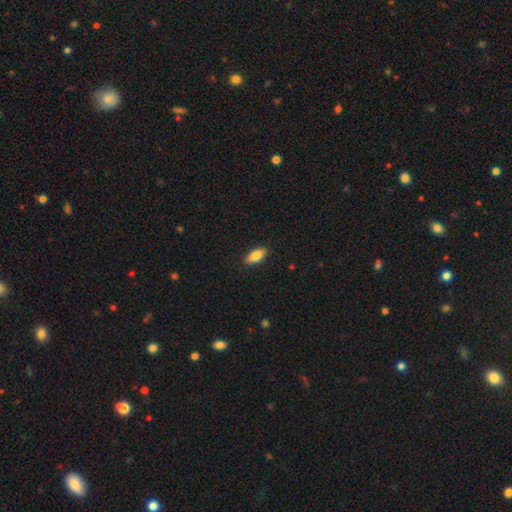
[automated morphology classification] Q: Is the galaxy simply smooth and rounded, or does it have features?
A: smooth — 81%.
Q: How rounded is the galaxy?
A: in between — 83%.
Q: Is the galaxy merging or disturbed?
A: none — 89%.